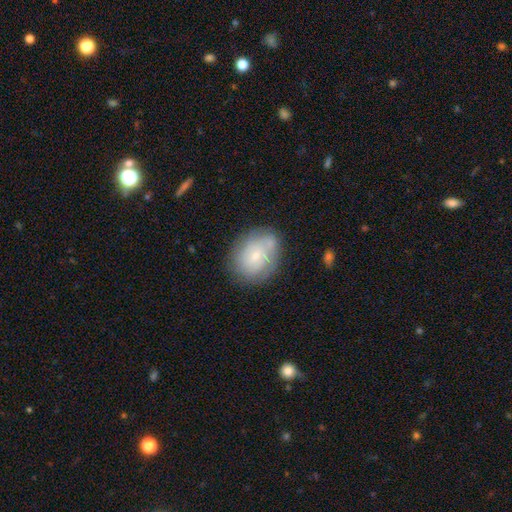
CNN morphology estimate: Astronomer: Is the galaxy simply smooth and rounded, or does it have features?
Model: smooth — 50% (runner-up: featured or disk, 41%).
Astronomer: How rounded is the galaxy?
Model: round — 52% (runner-up: in between, 47%).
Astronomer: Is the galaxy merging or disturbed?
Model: none — 68%.